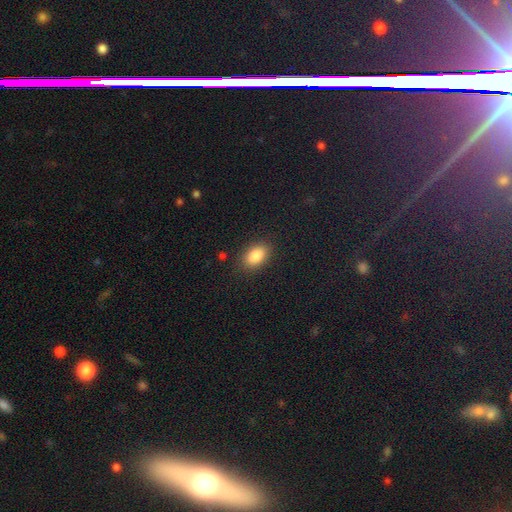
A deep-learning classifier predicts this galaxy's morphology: This is clearly a smooth galaxy (86%). How rounded: clearly in between (88%). Merging: clearly none (86%).